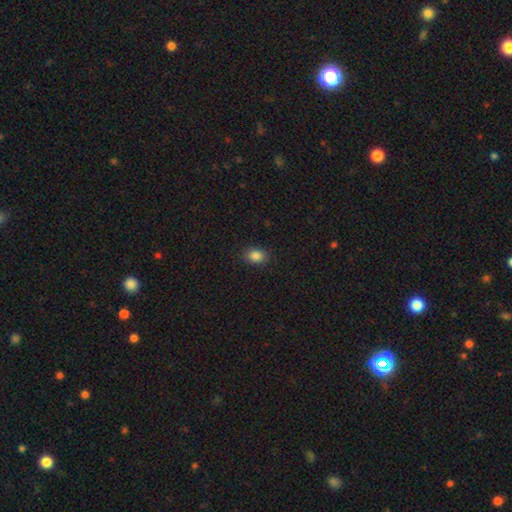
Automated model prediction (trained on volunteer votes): Smooth or featured: smooth — 86% (star or artifact — 10%)
How rounded: in between — 68% (round — 31%)
Merging: none — 88% (minor disturbance — 8%)